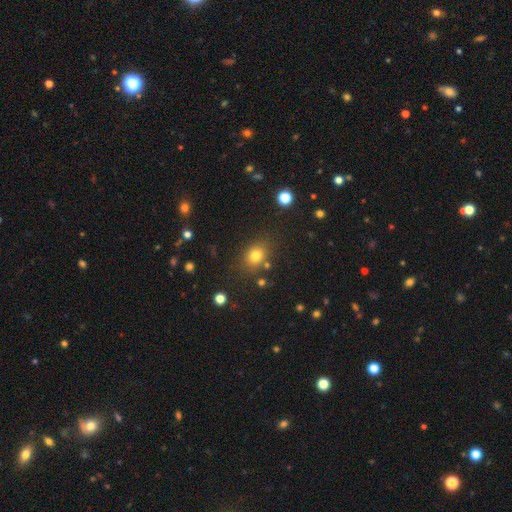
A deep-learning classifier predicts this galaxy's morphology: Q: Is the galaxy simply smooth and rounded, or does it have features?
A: smooth — 77%.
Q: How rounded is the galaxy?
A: round — 54%.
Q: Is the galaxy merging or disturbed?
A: none — 79%.